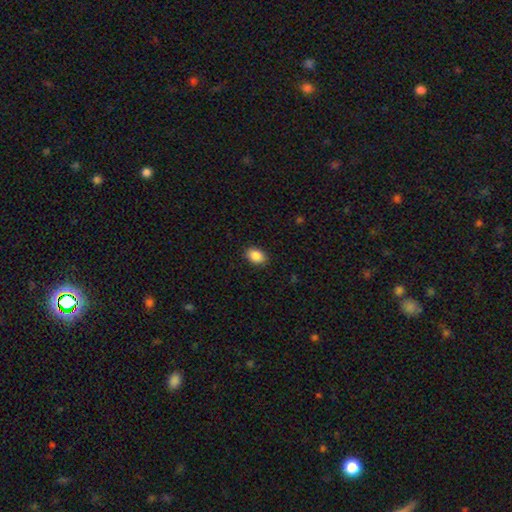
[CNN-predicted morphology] smooth-or-featured: smooth: 88% | star or artifact: 8% | featured or disk: 4%
  how-rounded: in between: 81% | round: 18% | cigar-shaped: 1%
  merging: none: 88% | minor disturbance: 9% | major disturbance: 2% | merger: 1%